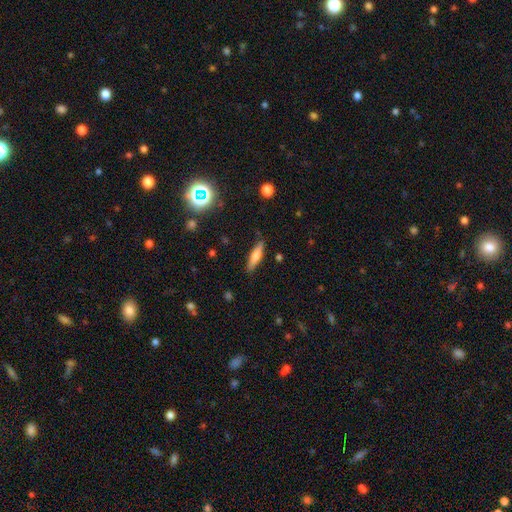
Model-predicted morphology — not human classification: The model was most divided on "smooth or featured": smooth: 54%, featured or disk: 38%, star or artifact: 8%. More confident: merging — none (86%); how rounded — cigar-shaped (76%).